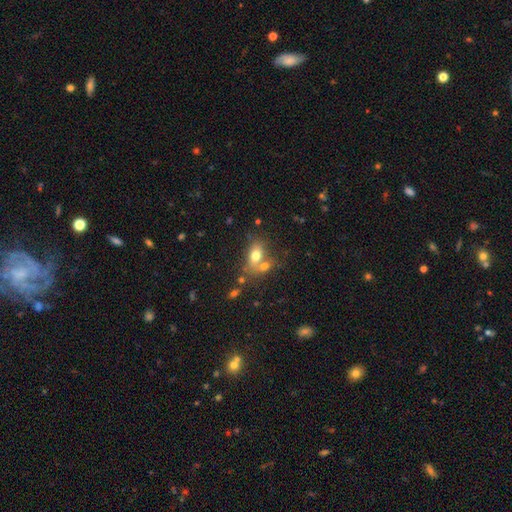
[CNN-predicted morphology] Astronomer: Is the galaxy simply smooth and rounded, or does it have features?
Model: smooth — 72%.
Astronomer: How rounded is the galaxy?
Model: in between — 76%.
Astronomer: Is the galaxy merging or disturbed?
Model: merger — 43% (runner-up: none, 40%).